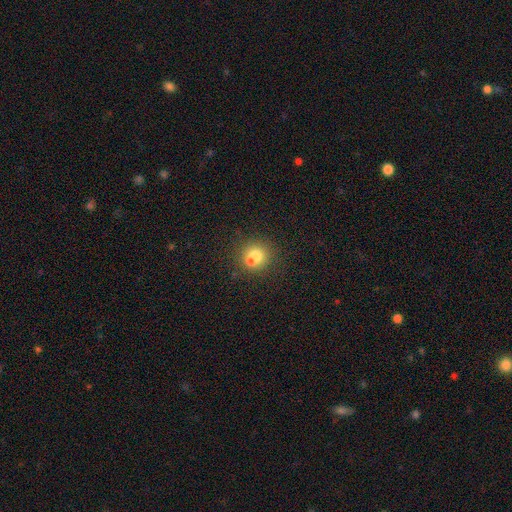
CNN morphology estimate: Smooth or featured? smooth (69%)
How rounded? round (86%)
Merging? merger (46%)